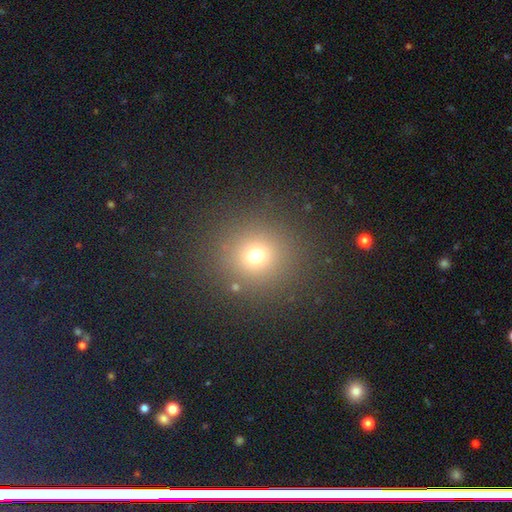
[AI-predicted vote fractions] A smooth galaxy with no disk features (69%) that is round (92%). Merging: none (87%).